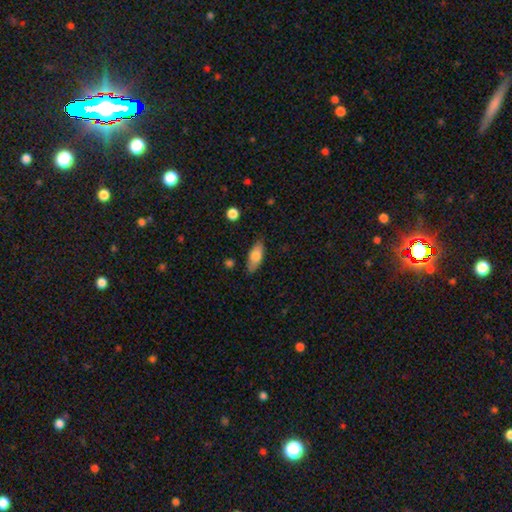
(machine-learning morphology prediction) Overall: smooth (74%). How rounded: in between (79%). Merging: none (83%).